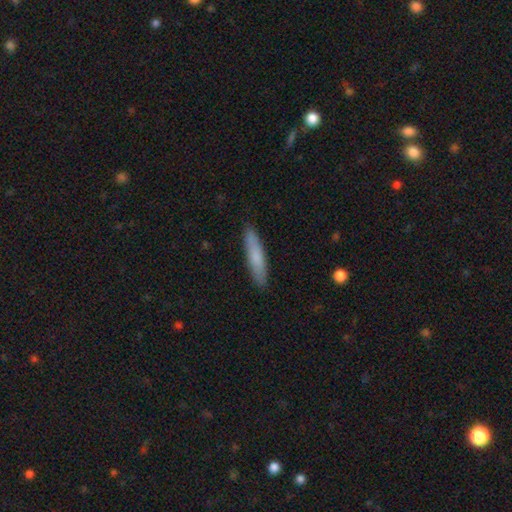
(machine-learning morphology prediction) Smooth or featured: smooth — 74% (featured or disk — 20%)
How rounded: cigar-shaped — 88% (in between — 10%)
Merging: none — 90% (minor disturbance — 7%)